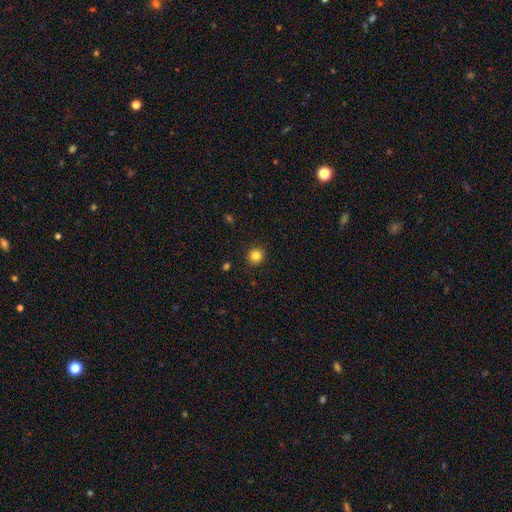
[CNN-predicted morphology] Overall: smooth (83%). How rounded: round (93%). Merging: none (92%).